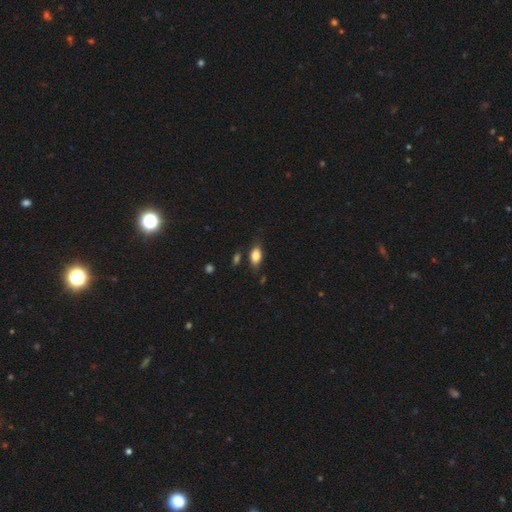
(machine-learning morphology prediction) smooth_or_featured: smooth (p=0.83) [alt: featured or disk p=0.09]
how_rounded: in between (p=0.88) [alt: round p=0.06]
merging: none (p=0.76) [alt: minor disturbance p=0.17]